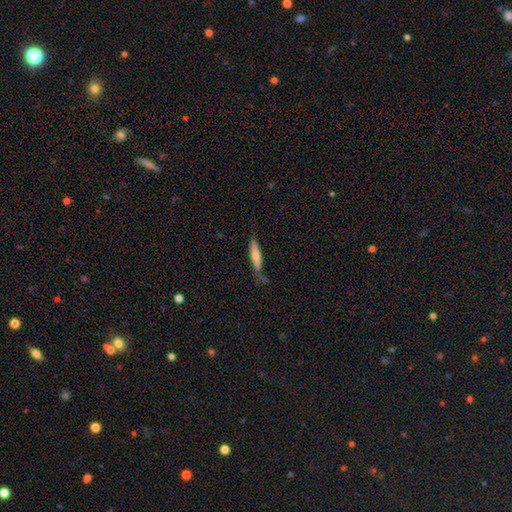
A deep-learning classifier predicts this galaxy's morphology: Smooth or featured?
  - smooth: 60% *
  - featured or disk: 34%
  - star or artifact: 6%
How rounded?
  - cigar-shaped: 84% *
  - in between: 14%
  - round: 2%
Merging?
  - none: 70% *
  - minor disturbance: 21%
  - major disturbance: 5%
  - merger: 4%